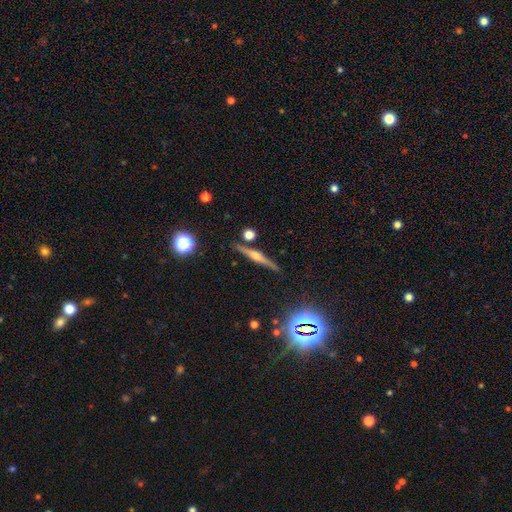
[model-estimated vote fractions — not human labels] The model was most divided on "smooth or featured": featured or disk: 67%, smooth: 23%, star or artifact: 10%. More confident: edge-on disk — yes (97%); merging — none (87%); edge-on bulge — rounded (78%).